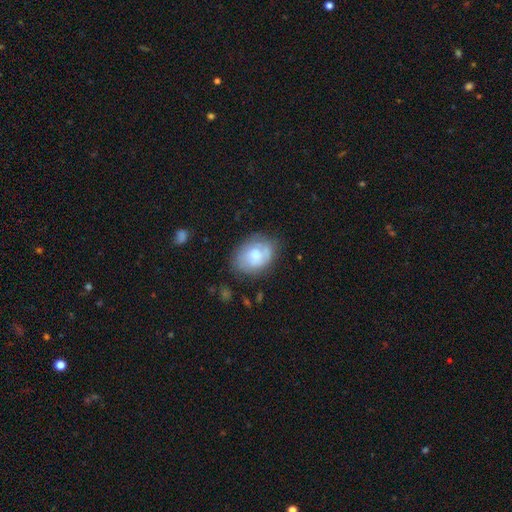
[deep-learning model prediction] smooth-or-featured: smooth: 60% | featured or disk: 33% | star or artifact: 8%
  how-rounded: in between: 70% | round: 29% | cigar-shaped: 1%
  merging: none: 61% | minor disturbance: 26% | major disturbance: 10% | merger: 3%